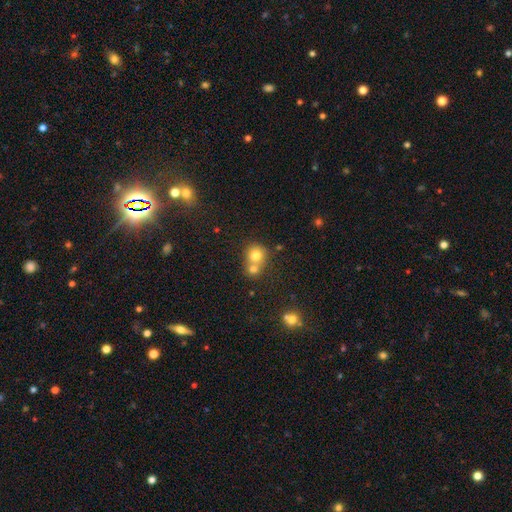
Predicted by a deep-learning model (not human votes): Smooth or featured: smooth — 75% (star or artifact — 12%)
How rounded: round — 84% (in between — 15%)
Merging: merger — 51% (none — 40%)